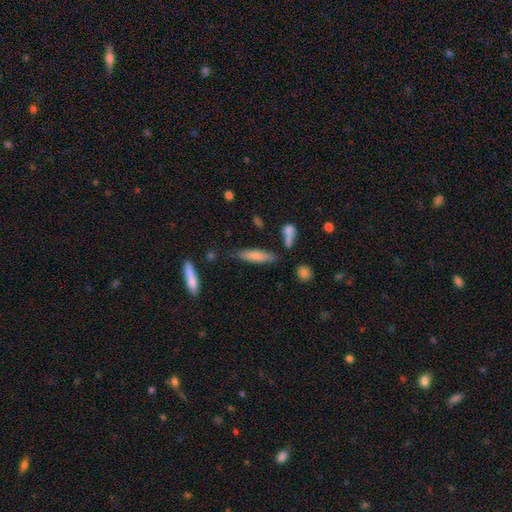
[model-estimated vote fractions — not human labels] This appears to be a smooth galaxy with no disk features (73%) that is cigar-shaped (75%). Merging: none (71%).